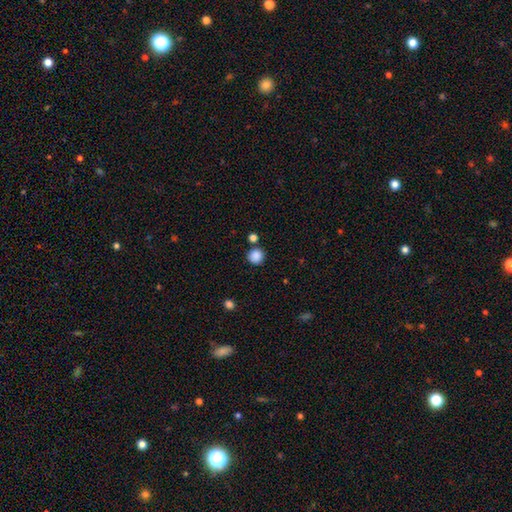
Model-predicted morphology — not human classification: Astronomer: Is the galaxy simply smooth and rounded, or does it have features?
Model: smooth — 87%.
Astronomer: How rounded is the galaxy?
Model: round — 93%.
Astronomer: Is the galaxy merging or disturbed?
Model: none — 81%.